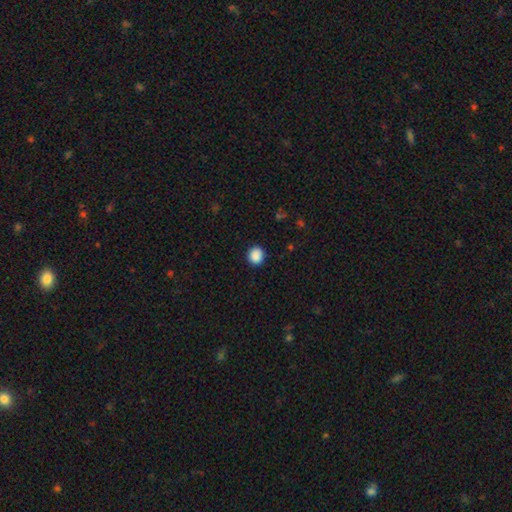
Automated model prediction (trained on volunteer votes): This is clearly a smooth galaxy (88%). How rounded: clearly round (87%). Merging: clearly none (90%).